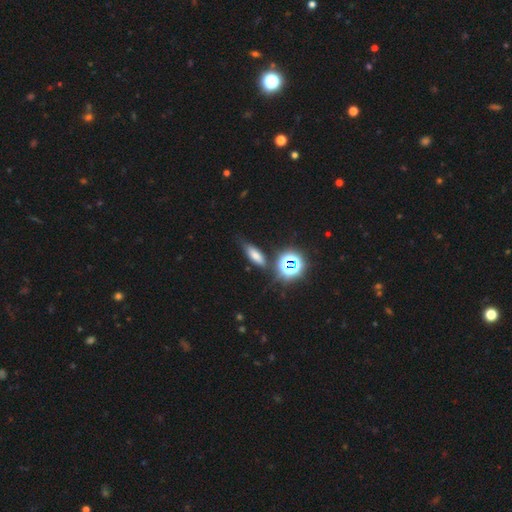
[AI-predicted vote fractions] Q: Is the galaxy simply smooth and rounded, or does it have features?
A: smooth — 63%.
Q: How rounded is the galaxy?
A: in between — 56%.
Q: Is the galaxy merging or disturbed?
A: none — 70%.